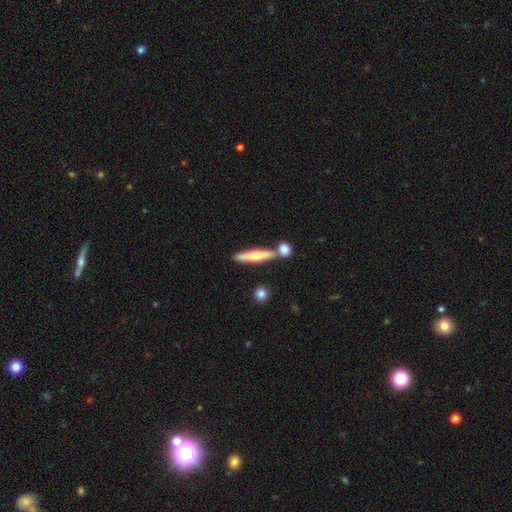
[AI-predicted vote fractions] Morphology: type=smooth (61%); roundness=cigar-shaped (83%); merging=none (67%).